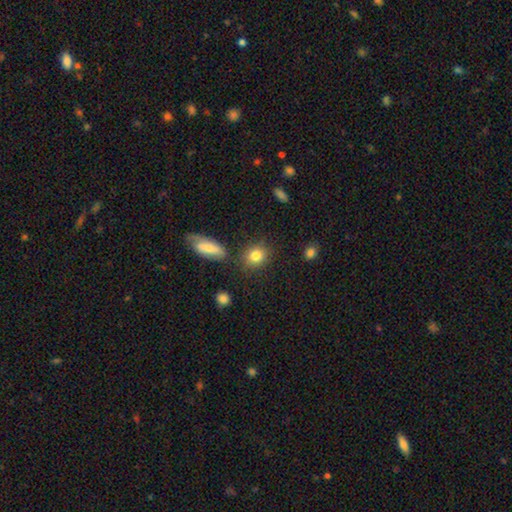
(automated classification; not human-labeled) This is clearly a smooth galaxy (83%). How rounded: likely round (69%). Merging: likely none (80%).